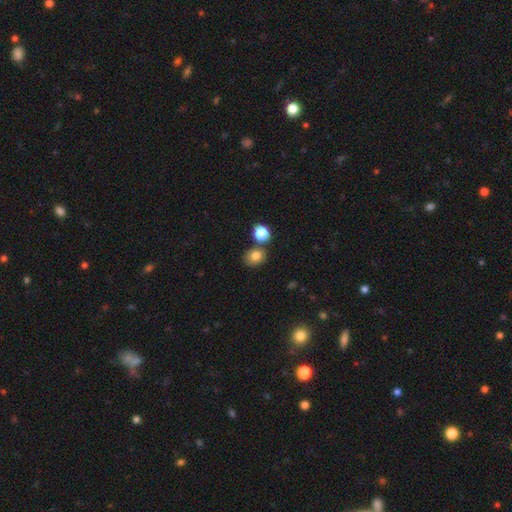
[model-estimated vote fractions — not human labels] smooth_or_featured: smooth (p=0.80) [alt: star or artifact p=0.12]
how_rounded: round (p=0.58) [alt: in between p=0.41]
merging: none (p=0.65) [alt: merger p=0.20]